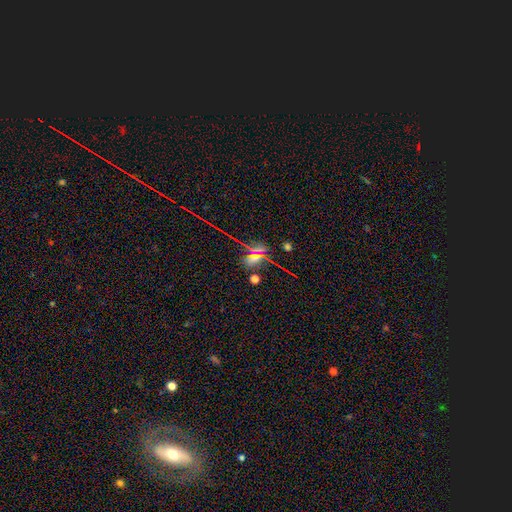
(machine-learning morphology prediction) A star or artifact, not a galaxy (51%).